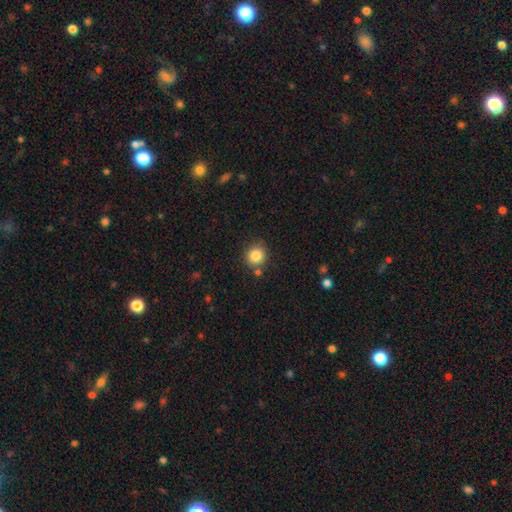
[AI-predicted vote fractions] Smooth or featured: smooth — 84% (star or artifact — 11%)
How rounded: round — 89% (in between — 10%)
Merging: none — 80% (minor disturbance — 10%)